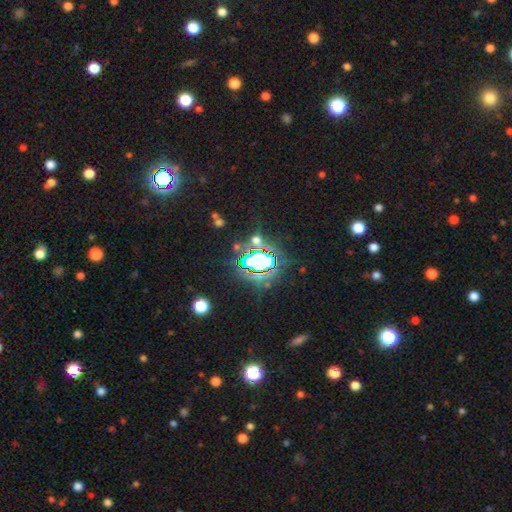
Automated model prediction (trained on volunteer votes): smooth_or_featured: star or artifact (p=0.67) [alt: smooth p=0.20]